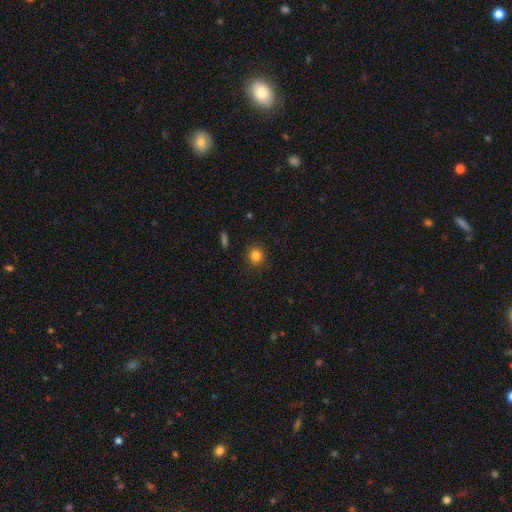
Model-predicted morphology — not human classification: Smooth or featured? smooth (83%)
How rounded? round (88%)
Merging? none (89%)